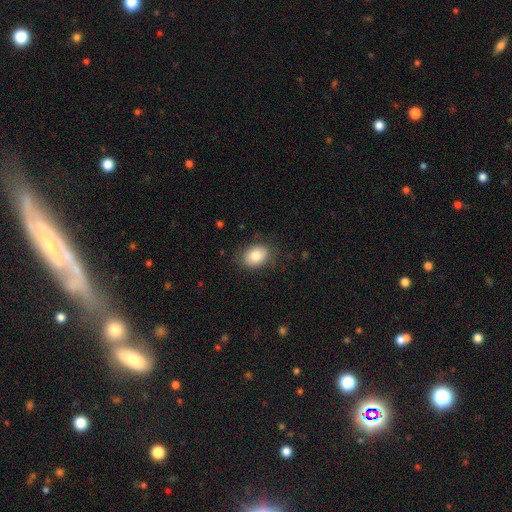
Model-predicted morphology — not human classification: Overall: smooth (82%). How rounded: in between (68%; round 31%). Merging: none (80%).